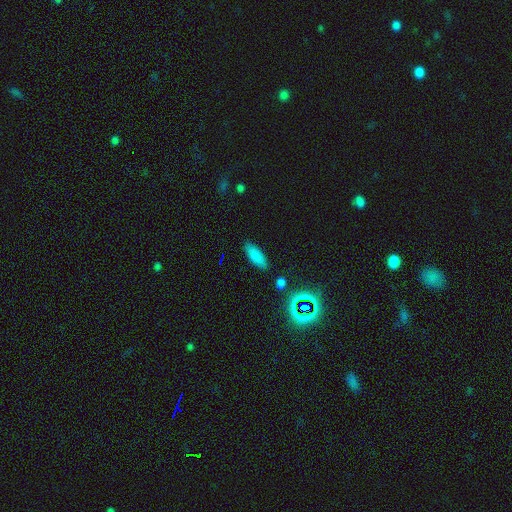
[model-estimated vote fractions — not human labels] This appears to be a smooth galaxy with no disk features (81%) that is in between round and cigar-shaped (64%). Merging: none (85%).